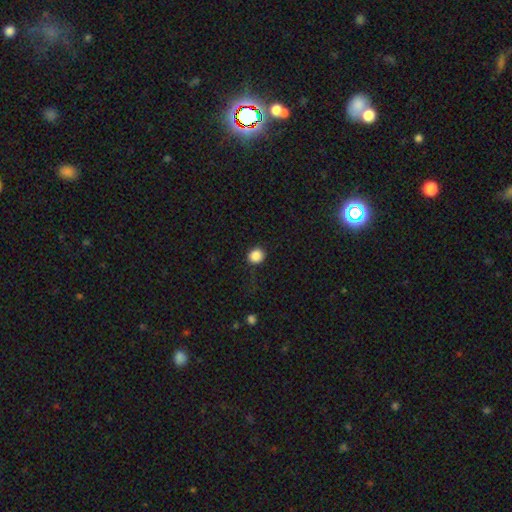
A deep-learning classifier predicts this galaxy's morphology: smooth_or_featured: smooth (p=0.86) [alt: star or artifact p=0.10]
how_rounded: round (p=0.84) [alt: in between p=0.15]
merging: none (p=0.86) [alt: minor disturbance p=0.10]